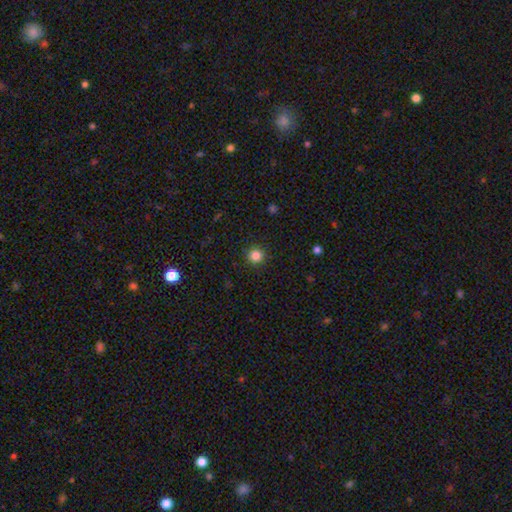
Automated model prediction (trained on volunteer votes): smooth 84%, star or artifact 12%, featured or disk 4%. Down the decision tree: how rounded — round (95%); merging — none (92%).